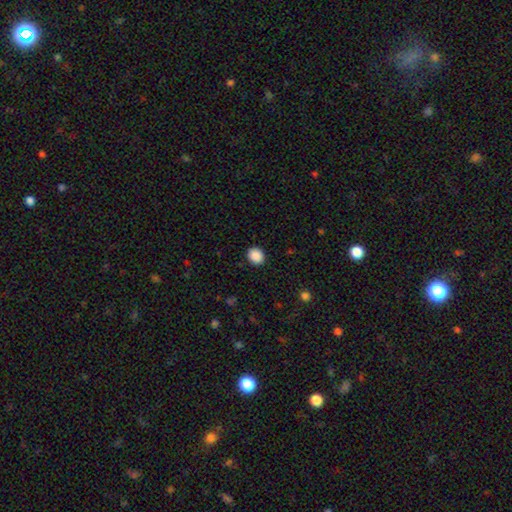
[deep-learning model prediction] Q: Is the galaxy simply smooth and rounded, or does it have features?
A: smooth — 89%.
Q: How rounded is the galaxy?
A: round — 70%.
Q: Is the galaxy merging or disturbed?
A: none — 91%.